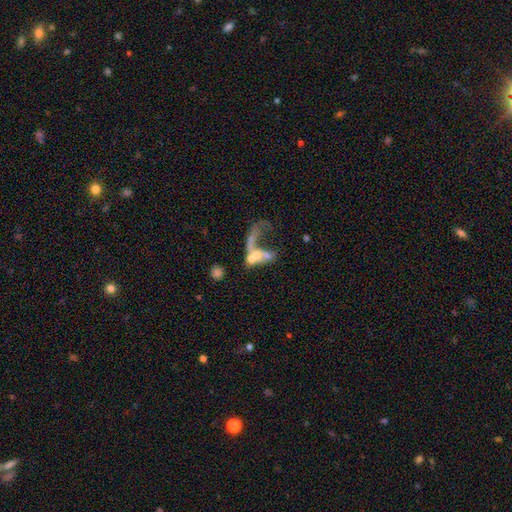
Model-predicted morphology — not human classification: Overall: featured or disk (56%; smooth 33%). Edge-on disk: no (95%). Bar: no (80%). Spiral arms: no (70%). Bulge size: moderate (32%; none 30%). Merging: merger (47%; major disturbance 36%).